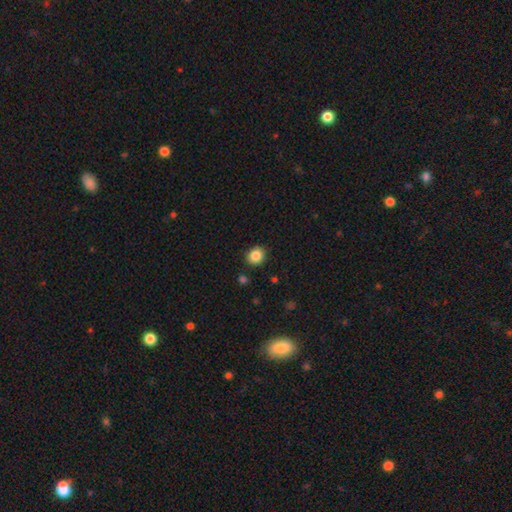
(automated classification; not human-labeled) Smooth or featured?
  - smooth: 86% *
  - star or artifact: 10%
  - featured or disk: 5%
How rounded?
  - round: 70% *
  - in between: 30%
  - cigar-shaped: 1%
Merging?
  - none: 88% *
  - minor disturbance: 8%
  - merger: 2%
  - major disturbance: 2%